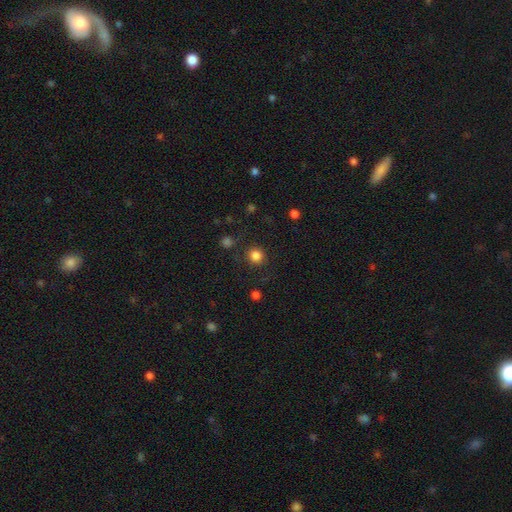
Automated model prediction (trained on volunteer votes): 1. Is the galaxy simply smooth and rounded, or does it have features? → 83% smooth, 12% star or artifact, 4% featured or disk.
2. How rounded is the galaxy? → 93% round, 6% in between, 1% cigar-shaped.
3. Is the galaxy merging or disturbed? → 87% none, 7% minor disturbance, 4% major disturbance, 2% merger.